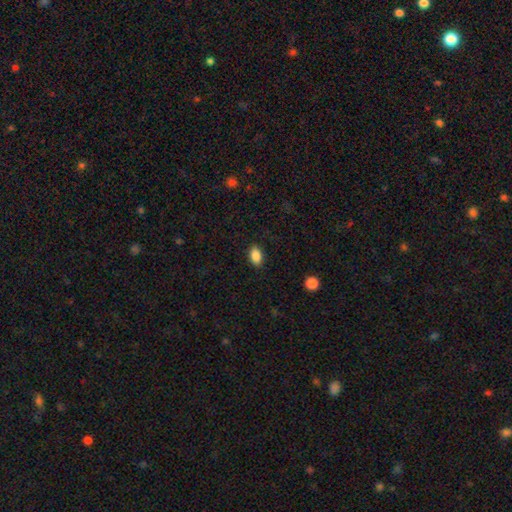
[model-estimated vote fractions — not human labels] A smooth galaxy with no disk features (88%) that is in between round and cigar-shaped (90%).

Vote fractions:
- Smooth or featured? smooth: 88% / star or artifact: 8% / featured or disk: 4%
- How rounded? in between: 90% / round: 9% / cigar-shaped: 2%
- Merging? none: 88% / minor disturbance: 9% / major disturbance: 2% / merger: 1%